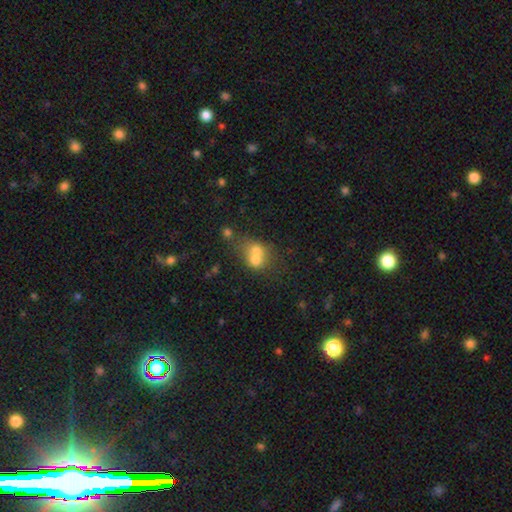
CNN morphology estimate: Smooth or featured? smooth (64%)
How rounded? round (61%)
Merging? merger (67%)